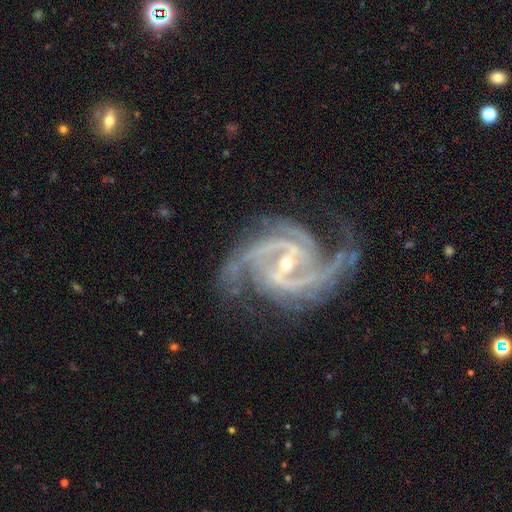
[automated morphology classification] smooth-or-featured: featured or disk: 94% | star or artifact: 5% | smooth: 2%
  disk-edge-on: no: 98% | yes: 2%
    bar: strong: 43% | weak: 40% | no: 17%
    has-spiral-arms: yes: 99% | no: 1%
      spiral-winding: medium: 57% | tight: 32% | loose: 12%
      spiral-arm-count: 2: 51% | 3: 24% | 4: 8% | can't tell: 7% | more than 4: 5% | 1: 5%
    bulge-size: small: 65% | moderate: 32% | large: 1% | none: 1% | dominant: 1%
  merging: none: 70% | minor disturbance: 19% | major disturbance: 10% | merger: 2%